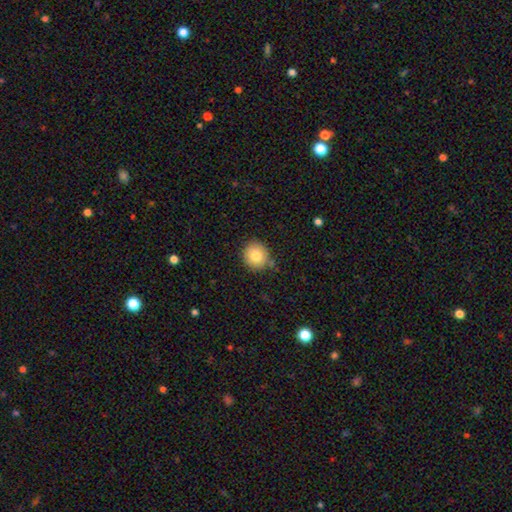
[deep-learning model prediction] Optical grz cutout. It shows a smooth galaxy with no disk features (81%) that is round (88%). Merging: none (83%).